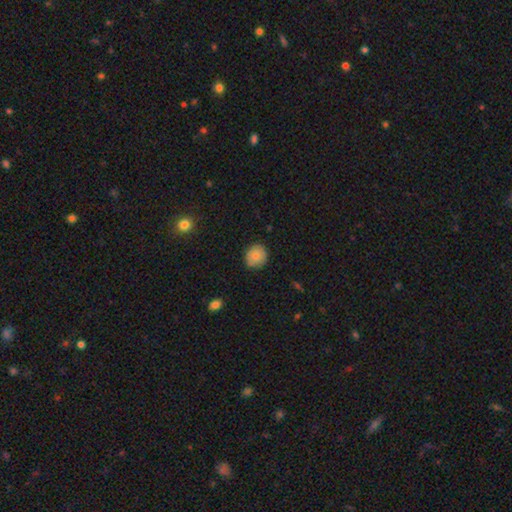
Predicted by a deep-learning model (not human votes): Smooth or featured: smooth — 76% (featured or disk — 16%)
How rounded: round — 84% (in between — 15%)
Merging: none — 82% (minor disturbance — 15%)